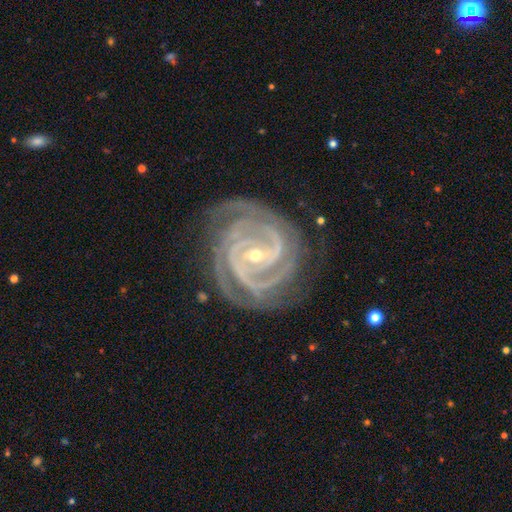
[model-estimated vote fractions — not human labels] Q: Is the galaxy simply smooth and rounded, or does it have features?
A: featured or disk — 93%.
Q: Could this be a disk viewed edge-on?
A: no — 97%.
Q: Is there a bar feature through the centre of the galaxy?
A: strong — 35%, tied with weak.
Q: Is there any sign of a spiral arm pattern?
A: yes — 99%.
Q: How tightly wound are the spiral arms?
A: tight — 77%.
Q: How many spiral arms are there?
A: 3 — 37%.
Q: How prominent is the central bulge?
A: small — 71%.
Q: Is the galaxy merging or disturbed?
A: none — 75%.